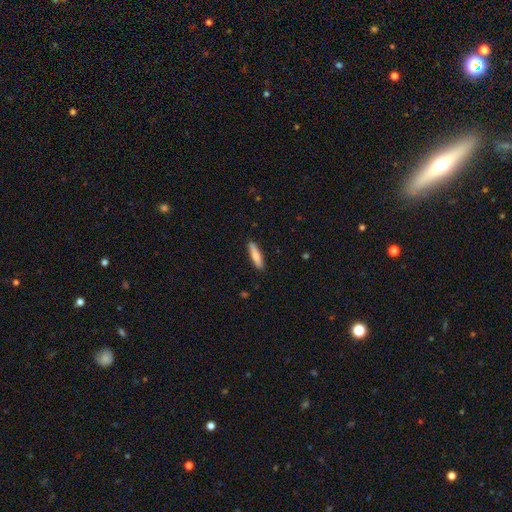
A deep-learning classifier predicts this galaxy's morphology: smooth 72%, featured or disk 22%, star or artifact 6%. Down the decision tree: how rounded — cigar-shaped (81%); merging — none (89%).